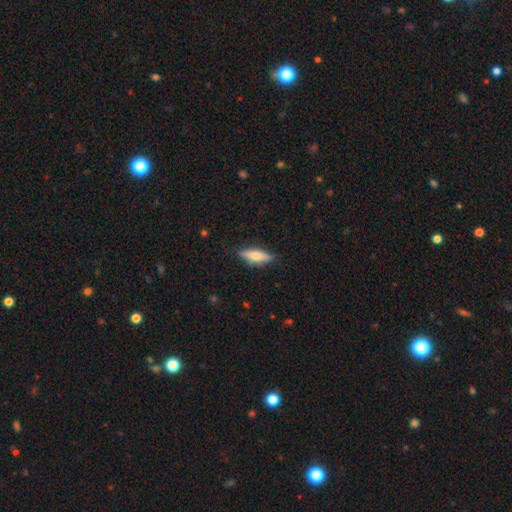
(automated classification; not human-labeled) A smooth galaxy with no disk features (58%) that is cigar-shaped (53%). Merging: none (83%).